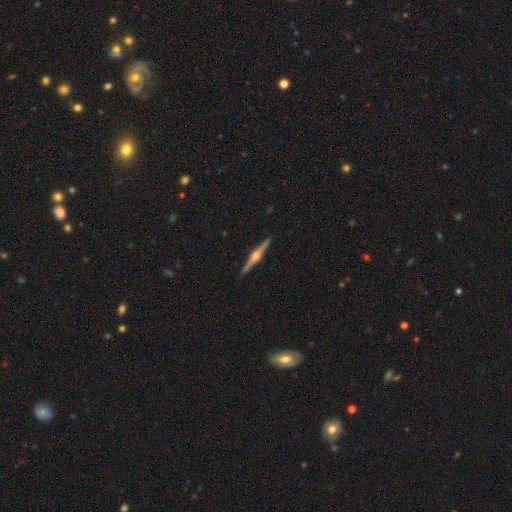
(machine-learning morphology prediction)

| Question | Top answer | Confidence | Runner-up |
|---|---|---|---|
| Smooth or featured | featured or disk | 85% | smooth (10%) |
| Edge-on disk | yes | 99% | no (1%) |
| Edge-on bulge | rounded | 92% | boxy (5%) |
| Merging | none | 93% | minor disturbance (5%) |